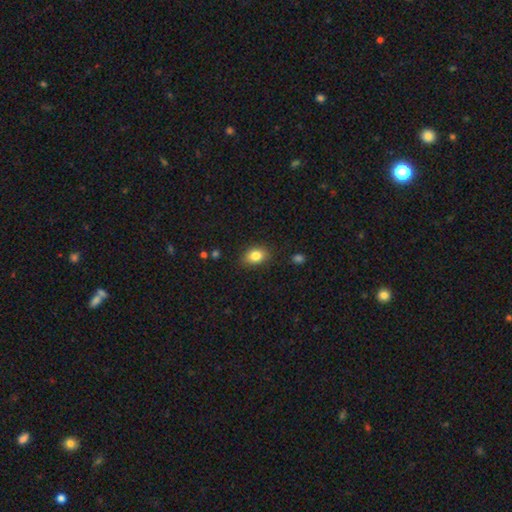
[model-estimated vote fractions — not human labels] This appears to be a smooth galaxy with no disk features (84%) that is in between round and cigar-shaped (73%). Merging: none (84%).